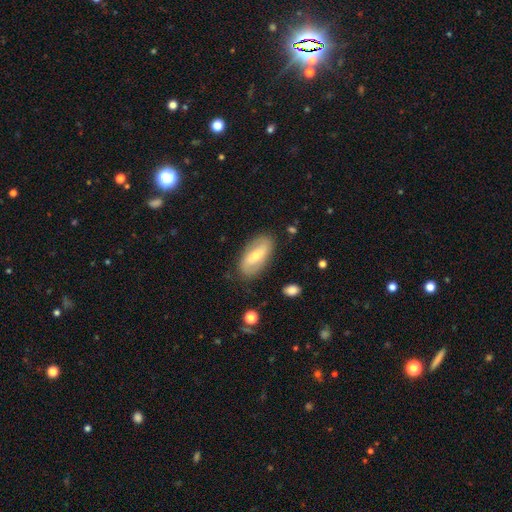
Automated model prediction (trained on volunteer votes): Smooth or featured: featured or disk — 51% (smooth — 43%)
Edge-on disk: no — 85% (yes — 15%)
Merging: none — 82% (minor disturbance — 13%)